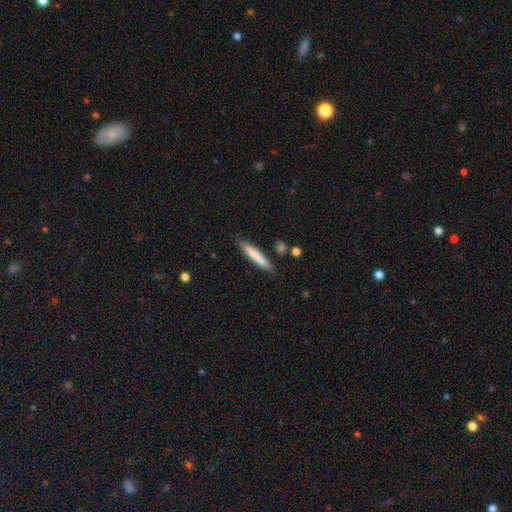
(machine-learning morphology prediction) Smooth or featured?
  - smooth: 75% *
  - featured or disk: 19%
  - star or artifact: 6%
How rounded?
  - cigar-shaped: 94% *
  - in between: 5%
  - round: 1%
Merging?
  - none: 86% *
  - minor disturbance: 10%
  - merger: 2%
  - major disturbance: 2%